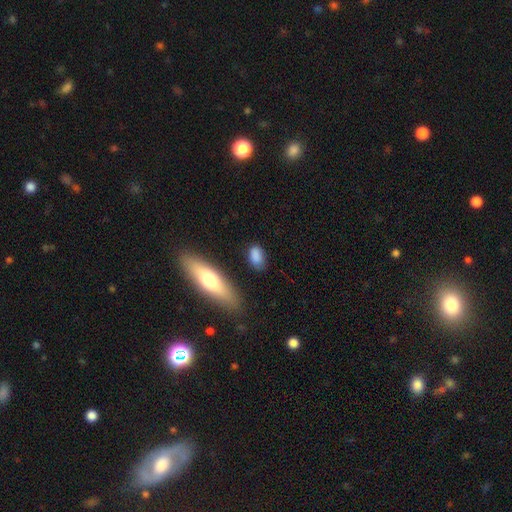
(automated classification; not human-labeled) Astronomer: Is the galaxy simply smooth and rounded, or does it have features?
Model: smooth — 83%.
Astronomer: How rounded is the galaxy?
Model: in between — 81%.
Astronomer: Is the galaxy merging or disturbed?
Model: none — 73%.